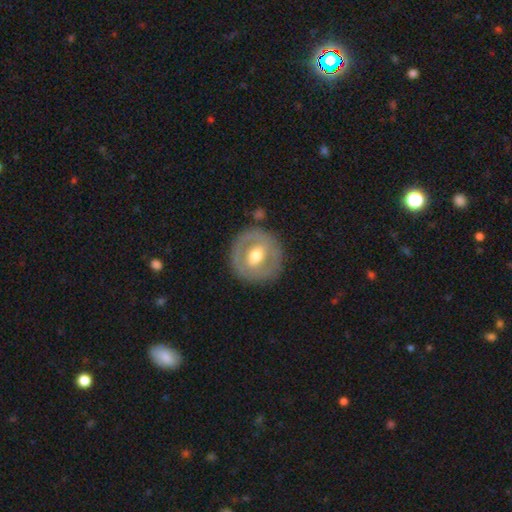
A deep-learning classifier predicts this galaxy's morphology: smooth-or-featured: featured or disk: 58% | smooth: 37% | star or artifact: 5%
  disk-edge-on: no: 95% | yes: 5%
    bar: weak: 40% | no: 39% | strong: 21%
    has-spiral-arms: no: 75% | yes: 25%
    bulge-size: moderate: 75% | large: 12% | small: 11% | dominant: 1% | none: 1%
  merging: none: 83% | minor disturbance: 11% | major disturbance: 4% | merger: 2%